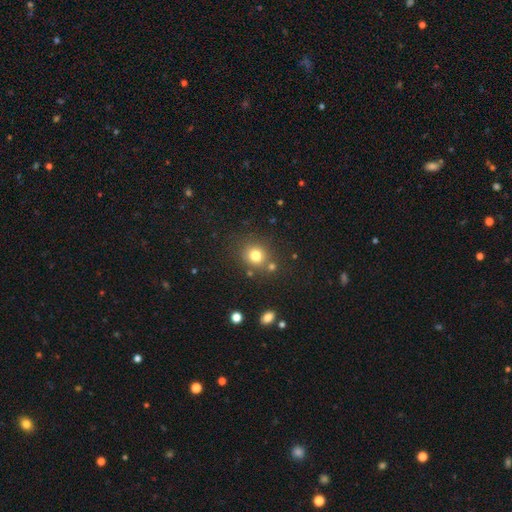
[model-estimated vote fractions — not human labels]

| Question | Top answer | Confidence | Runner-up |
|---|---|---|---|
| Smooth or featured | smooth | 78% | star or artifact (14%) |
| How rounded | round | 80% | in between (19%) |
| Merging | none | 75% | merger (11%) |